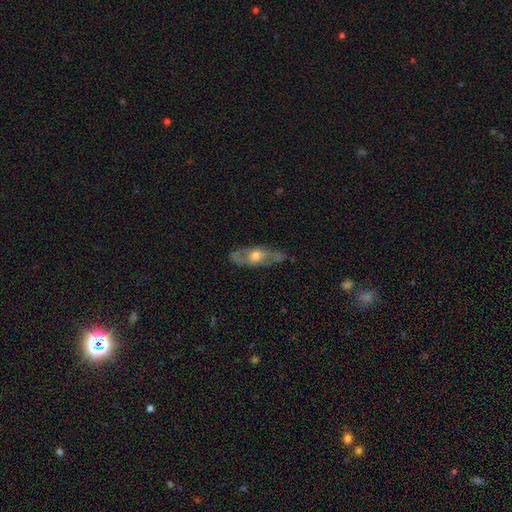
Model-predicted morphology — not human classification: Smooth or featured? featured or disk (61%)
Edge-on disk? no (69%)
Merging? none (71%)